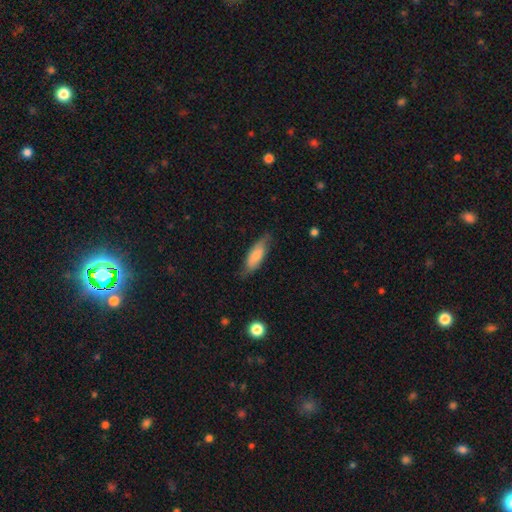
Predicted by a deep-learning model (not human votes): Morphology: type=smooth (73%); roundness=in between (65%); merging=none (71%).